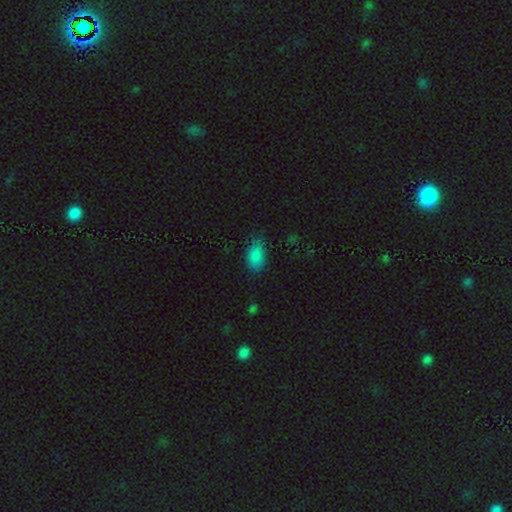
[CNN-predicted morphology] A smooth galaxy with no disk features (86%) that is in between round and cigar-shaped (90%). Merging: none (71%).